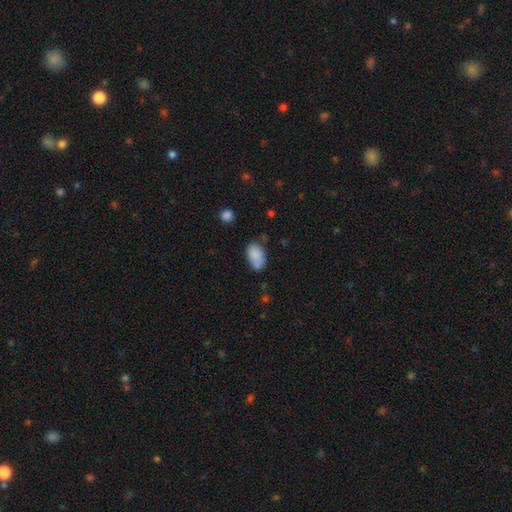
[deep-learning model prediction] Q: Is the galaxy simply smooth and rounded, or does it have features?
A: smooth — 82%.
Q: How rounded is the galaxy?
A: in between — 90%.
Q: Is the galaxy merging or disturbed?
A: none — 55%.